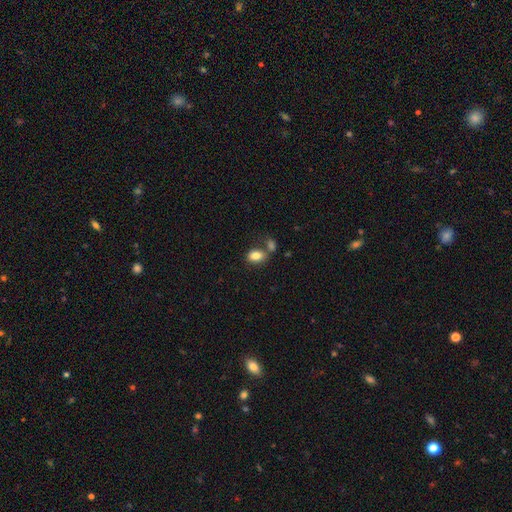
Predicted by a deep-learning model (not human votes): Smooth or featured: smooth — 84% (star or artifact — 8%)
How rounded: in between — 85% (round — 13%)
Merging: none — 57% (merger — 26%)